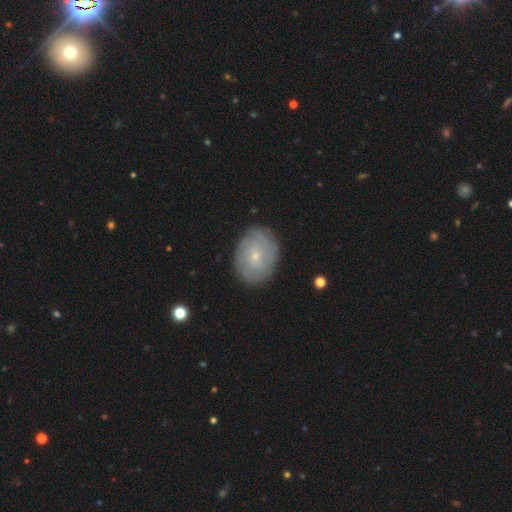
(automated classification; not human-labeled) Smooth or featured?
  - featured or disk: 55% *
  - smooth: 37%
  - star or artifact: 8%
Edge-on disk?
  - no: 96% *
  - yes: 4%
Bar?
  - no: 77% *
  - weak: 20%
  - strong: 3%
Spiral arms?
  - yes: 74% *
  - no: 26%
Bulge size?
  - small: 80% *
  - moderate: 16%
  - none: 1%
  - large: 1%
  - dominant: 1%
Merging?
  - none: 83% *
  - minor disturbance: 12%
  - major disturbance: 3%
  - merger: 1%